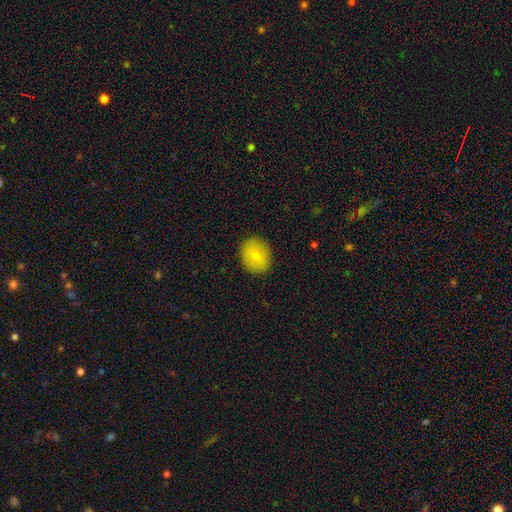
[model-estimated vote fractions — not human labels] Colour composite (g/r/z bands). It shows a smooth galaxy with no disk features (75%) that is round (66%). Merging: none (89%).